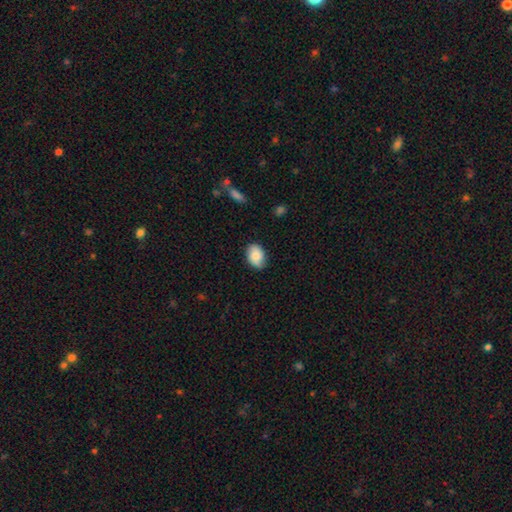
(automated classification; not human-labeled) smooth-or-featured: smooth: 80% | featured or disk: 13% | star or artifact: 7%
  how-rounded: in between: 79% | round: 19% | cigar-shaped: 1%
  merging: none: 80% | minor disturbance: 16% | major disturbance: 3% | merger: 1%